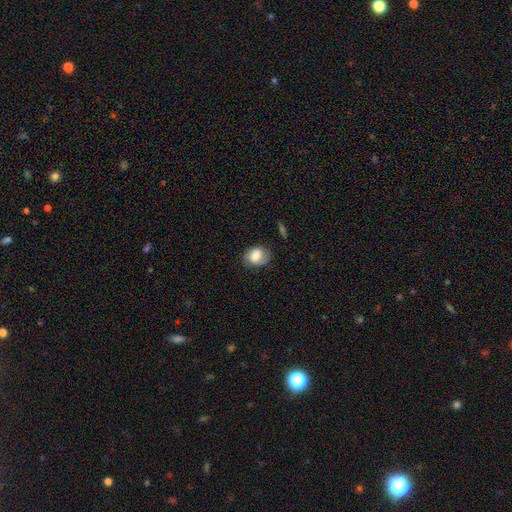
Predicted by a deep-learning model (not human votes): Q: Smooth or featured?
A: smooth (75%); runner-up: featured or disk (16%)
Q: How rounded?
A: in between (55%); runner-up: round (44%)
Q: Merging?
A: none (63%); runner-up: minor disturbance (27%)